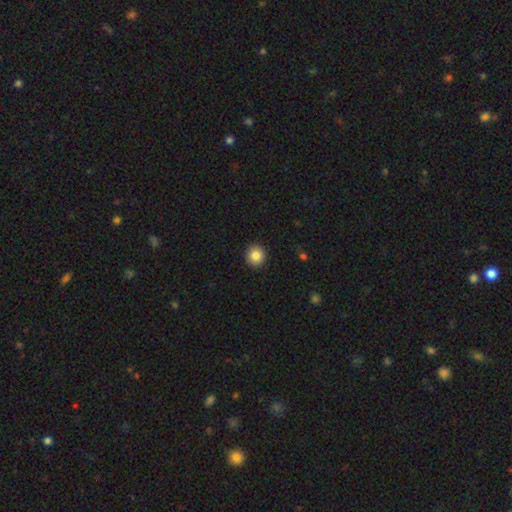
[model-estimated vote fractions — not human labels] Morphology: type=smooth (85%); roundness=round (88%); merging=none (92%).